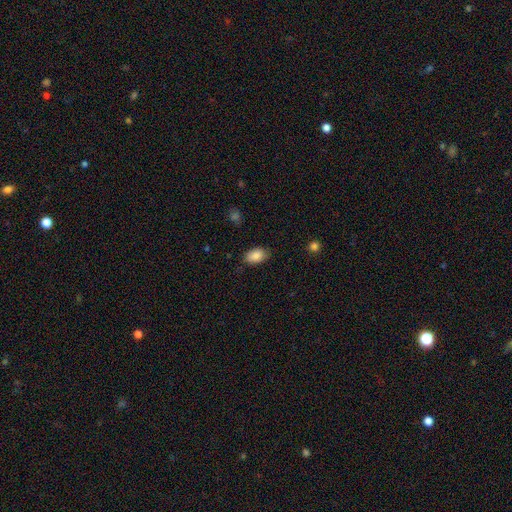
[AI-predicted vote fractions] A smooth galaxy with no disk features (86%) that is in between round and cigar-shaped (91%).

Vote fractions:
- Smooth or featured? smooth: 86% / star or artifact: 7% / featured or disk: 7%
- How rounded? in between: 91% / round: 8% / cigar-shaped: 1%
- Merging? none: 80% / minor disturbance: 16% / major disturbance: 3% / merger: 1%